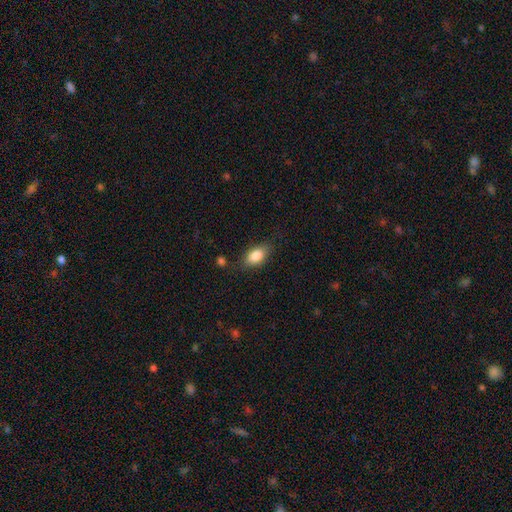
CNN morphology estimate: This appears to be a smooth galaxy with no disk features (82%) that is in between round and cigar-shaped (87%). Merging: none (76%).